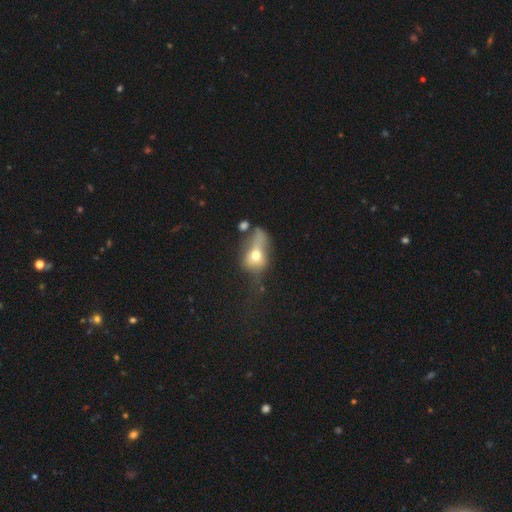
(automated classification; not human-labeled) Morphology: type=smooth (60%); roundness=in between (61%); merging=major disturbance (39%).